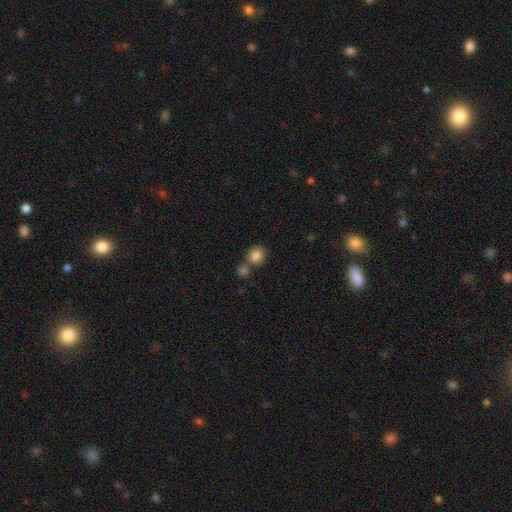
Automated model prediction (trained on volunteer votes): smooth_or_featured: smooth (p=0.85) [alt: star or artifact p=0.09]
how_rounded: round (p=0.83) [alt: in between p=0.16]
merging: none (p=0.60) [alt: merger p=0.28]